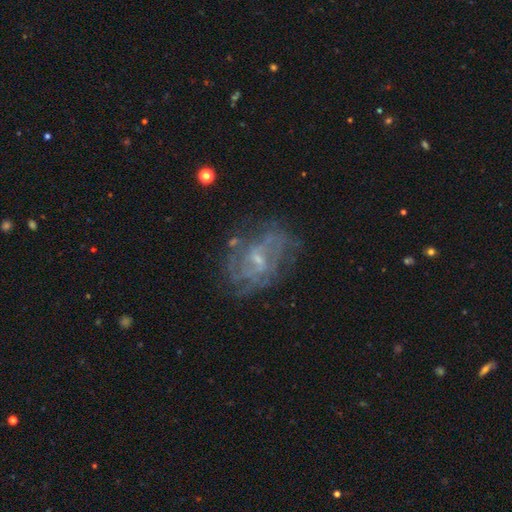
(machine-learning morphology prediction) smooth-or-featured: featured or disk: 72% | star or artifact: 15% | smooth: 14%
  disk-edge-on: no: 97% | yes: 3%
    bar: weak: 49% | no: 40% | strong: 11%
    has-spiral-arms: yes: 77% | no: 23%
      spiral-winding: tight: 40% | medium: 39% | loose: 21%
      spiral-arm-count: can't tell: 50% | 2: 19% | 3: 11% | 4: 9% | more than 4: 6% | 1: 5%
    bulge-size: small: 62% | moderate: 25% | none: 11% | large: 1% | dominant: 1%
  merging: none: 69% | minor disturbance: 16% | major disturbance: 12% | merger: 2%